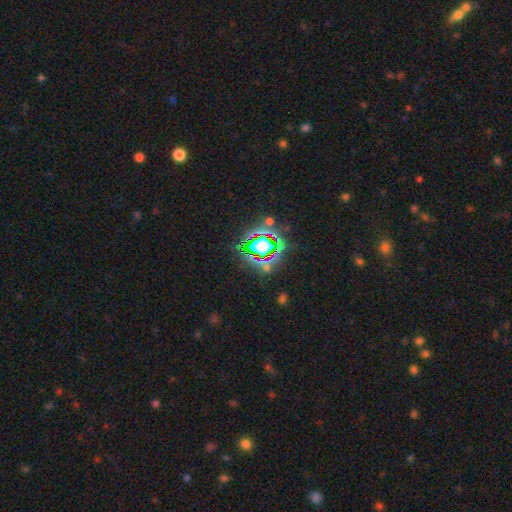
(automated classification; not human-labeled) Smooth or featured? Predicted: star or artifact (p=0.75).